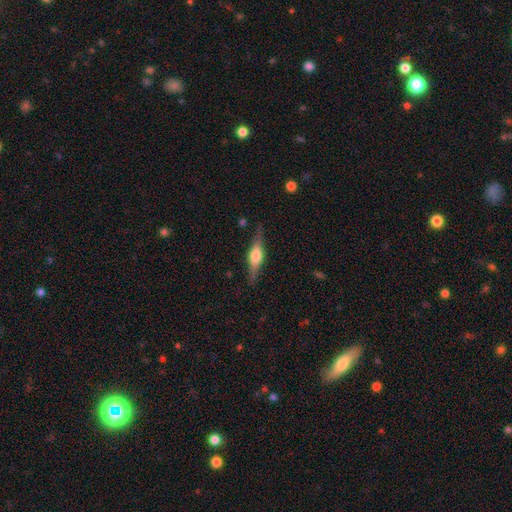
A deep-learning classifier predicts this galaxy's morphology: Q: Smooth or featured?
A: featured or disk (60%); runner-up: smooth (33%)
Q: Edge-on disk?
A: yes (95%); runner-up: no (5%)
Q: Edge-on bulge?
A: rounded (87%); runner-up: boxy (10%)
Q: Merging?
A: none (83%); runner-up: minor disturbance (12%)